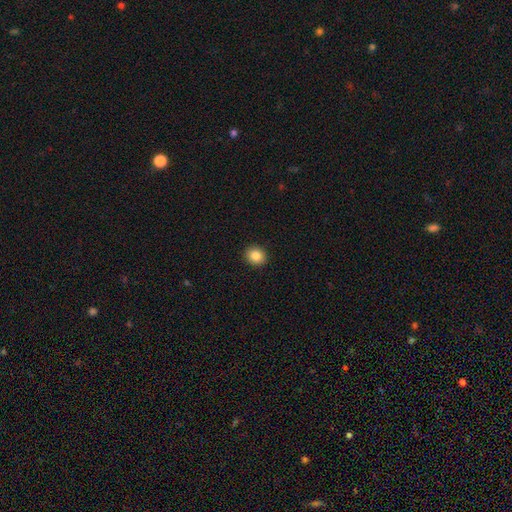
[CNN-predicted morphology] Q: Smooth or featured?
A: smooth (85%); runner-up: star or artifact (9%)
Q: How rounded?
A: round (78%); runner-up: in between (21%)
Q: Merging?
A: none (92%); runner-up: minor disturbance (5%)